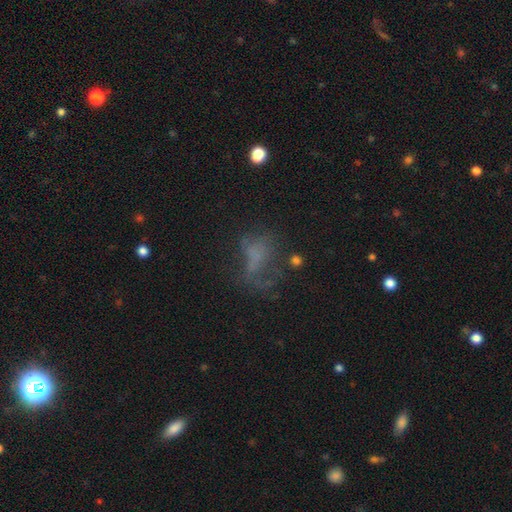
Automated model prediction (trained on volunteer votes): smooth-or-featured: smooth: 38% | featured or disk: 35% | star or artifact: 27%
  merging: major disturbance: 40% | none: 36% | minor disturbance: 19% | merger: 5%